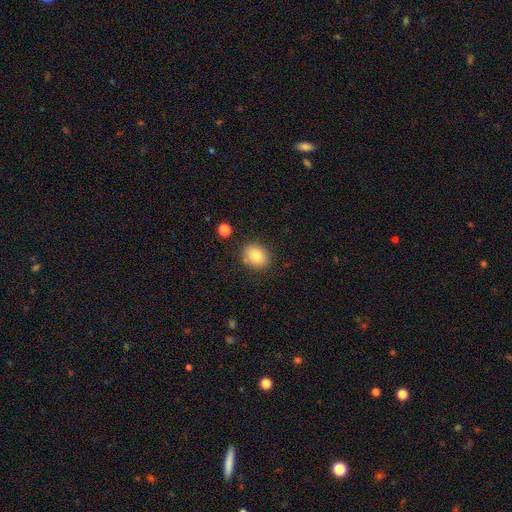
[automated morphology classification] Smooth or featured: smooth — 82% (featured or disk — 9%)
How rounded: in between — 50% (round — 49%)
Merging: none — 83% (minor disturbance — 11%)